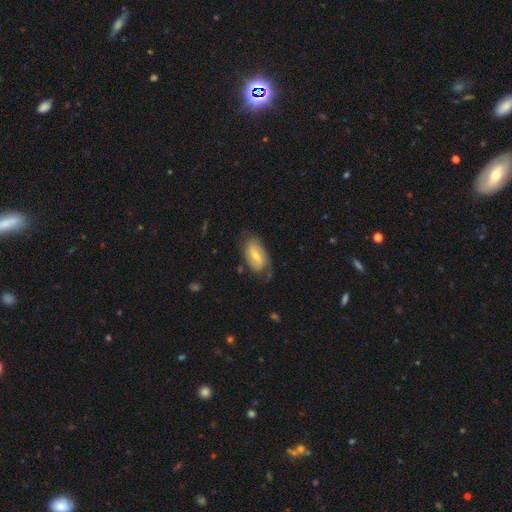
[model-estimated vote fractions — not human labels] featured or disk 63%, smooth 29%, star or artifact 8%. Down the decision tree: edge-on disk — no (93%); bar — weak (45%); spiral arms — yes (83%); bulge size — moderate (56%); merging — none (64%).